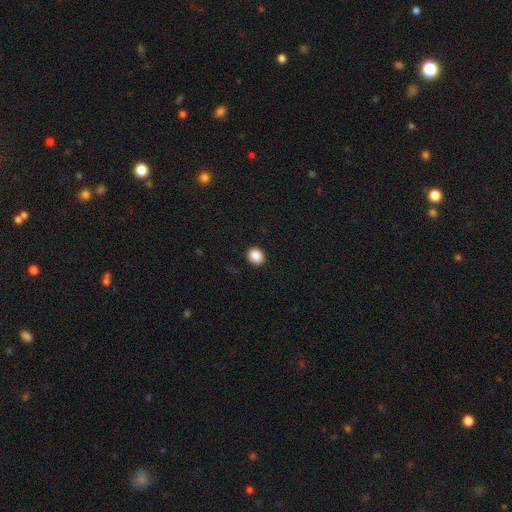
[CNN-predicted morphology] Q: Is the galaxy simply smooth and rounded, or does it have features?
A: smooth — 89%.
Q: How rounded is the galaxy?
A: round — 75%.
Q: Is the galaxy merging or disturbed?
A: none — 91%.